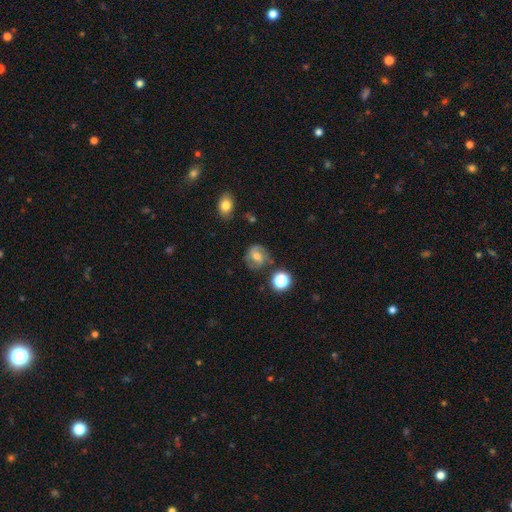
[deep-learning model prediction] featured or disk 56%, smooth 33%, star or artifact 11%. Down the decision tree: edge-on disk — no (97%); bar — weak (47%); spiral arms — yes (86%); bulge size — moderate (63%); merging — none (74%).